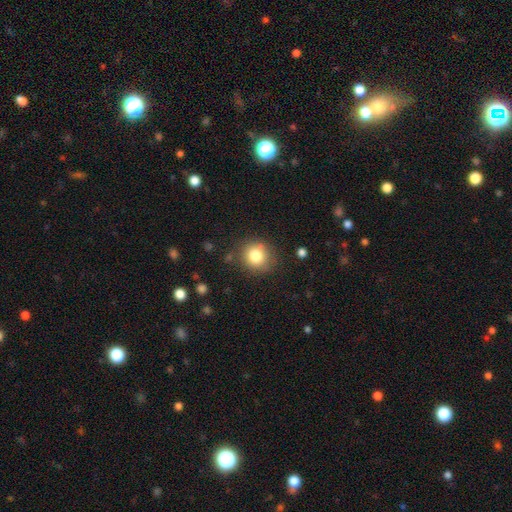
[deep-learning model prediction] Smooth or featured? Predicted: smooth (p=0.81). How rounded? Predicted: round (p=0.87). Merging? Predicted: none (p=0.82).